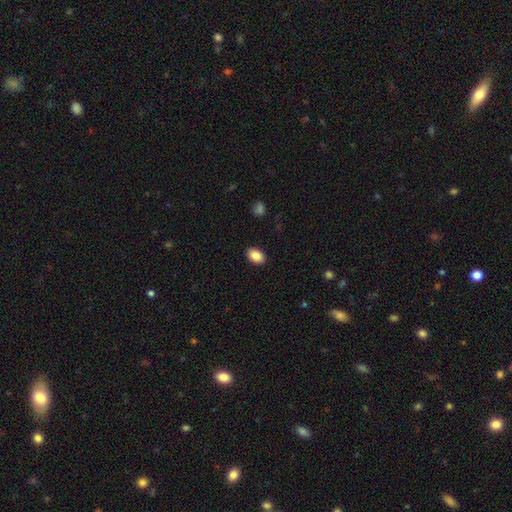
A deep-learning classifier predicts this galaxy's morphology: Smooth or featured? Predicted: smooth (p=0.88). How rounded? Predicted: in between (p=0.84). Merging? Predicted: none (p=0.90).